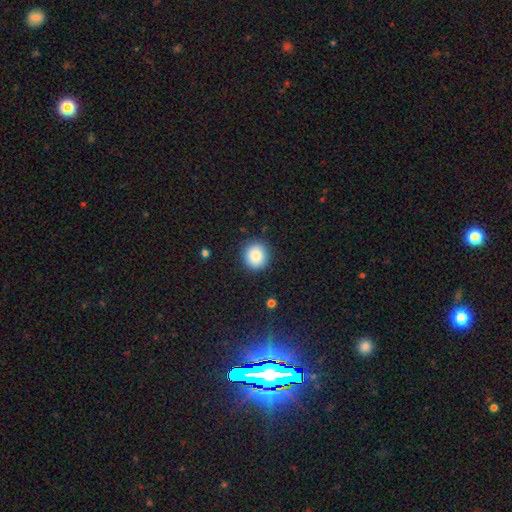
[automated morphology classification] Smooth or featured: smooth — 87% (star or artifact — 9%)
How rounded: round — 89% (in between — 11%)
Merging: none — 89% (minor disturbance — 7%)